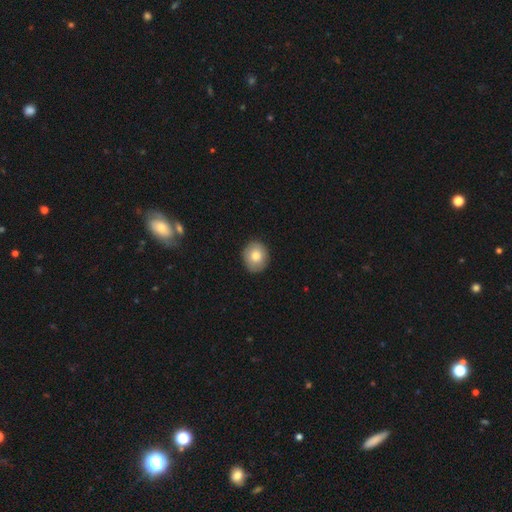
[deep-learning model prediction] A smooth galaxy with no disk features (79%) that is round (73%). Merging: none (88%).